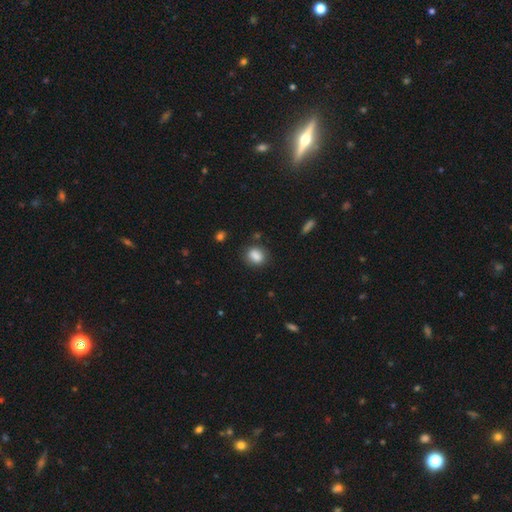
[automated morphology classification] smooth 85%, star or artifact 9%, featured or disk 6%. Down the decision tree: how rounded — in between (54%); merging — none (79%).